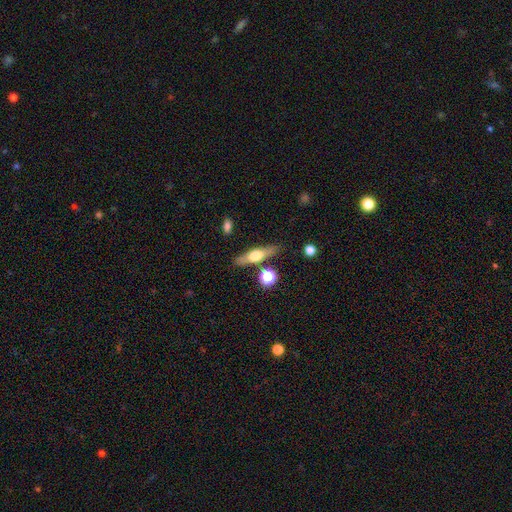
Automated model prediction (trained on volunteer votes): Q: Smooth or featured?
A: featured or disk (51%); runner-up: smooth (42%)
Q: Edge-on disk?
A: yes (89%); runner-up: no (11%)
Q: Merging?
A: none (81%); runner-up: minor disturbance (10%)